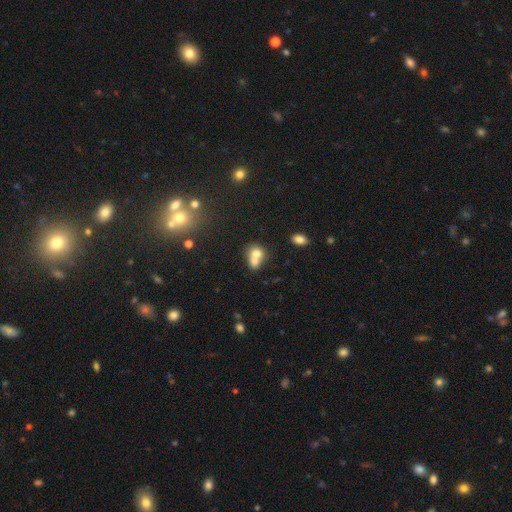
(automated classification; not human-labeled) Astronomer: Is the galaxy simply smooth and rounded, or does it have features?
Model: smooth — 69%.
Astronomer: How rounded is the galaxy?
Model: round — 54% (runner-up: in between, 45%).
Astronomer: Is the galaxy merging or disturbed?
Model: merger — 70%.